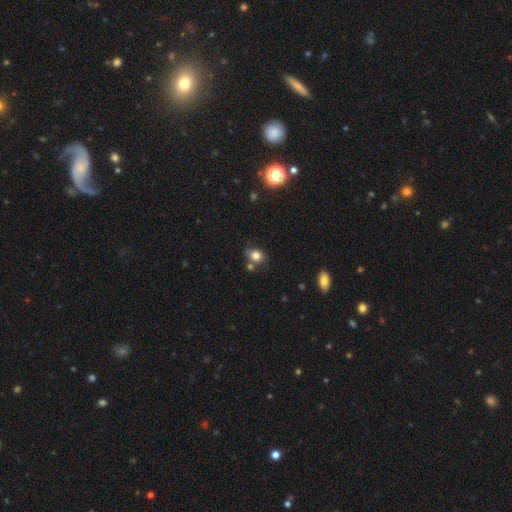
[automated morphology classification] A smooth galaxy with no disk features (80%) that is round (54%).

Vote fractions:
- Smooth or featured? smooth: 80% / star or artifact: 12% / featured or disk: 8%
- How rounded? round: 54% / in between: 45% / cigar-shaped: 1%
- Merging? none: 64% / minor disturbance: 17% / merger: 15% / major disturbance: 4%